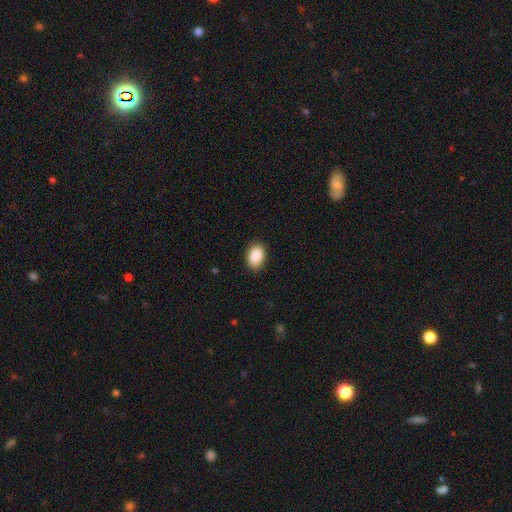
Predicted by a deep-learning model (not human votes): Smooth or featured?
  - smooth: 90% *
  - star or artifact: 7%
  - featured or disk: 3%
How rounded?
  - in between: 87% *
  - round: 12%
  - cigar-shaped: 1%
Merging?
  - none: 87% *
  - minor disturbance: 9%
  - major disturbance: 2%
  - merger: 1%